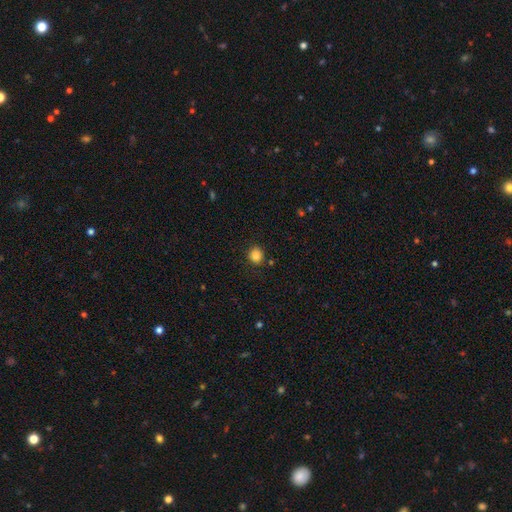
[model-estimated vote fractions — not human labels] This is clearly a smooth galaxy (85%). How rounded: clearly round (82%). Merging: clearly none (84%).